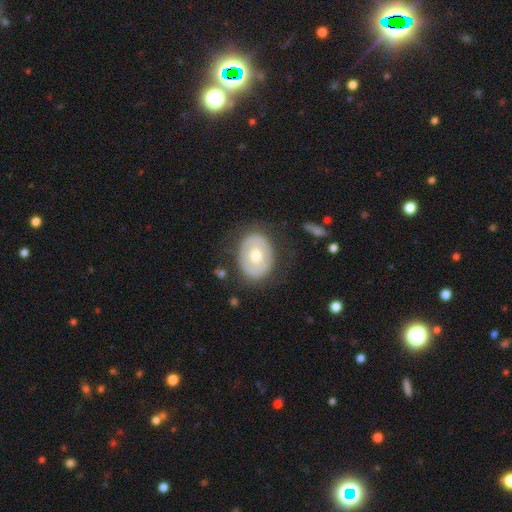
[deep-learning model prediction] This is possibly a smooth galaxy (50%). Merging: likely none (79%).